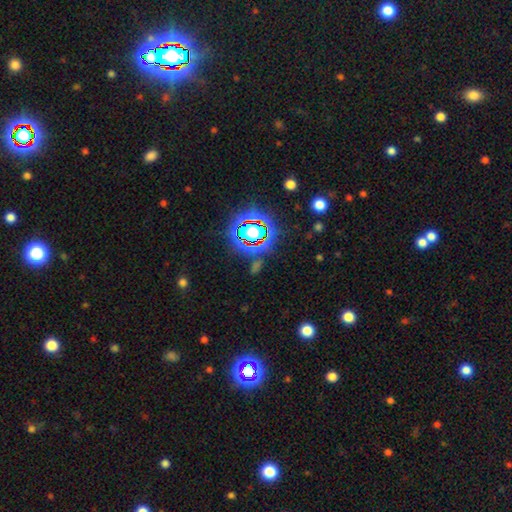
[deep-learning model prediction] This is clearly a star or artifact rather than a galaxy (81%).